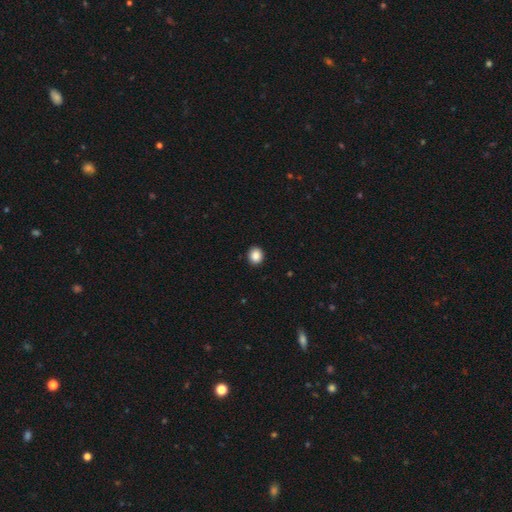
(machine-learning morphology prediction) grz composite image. It shows a smooth galaxy with no disk features (88%) that is round (78%). Merging: none (92%).